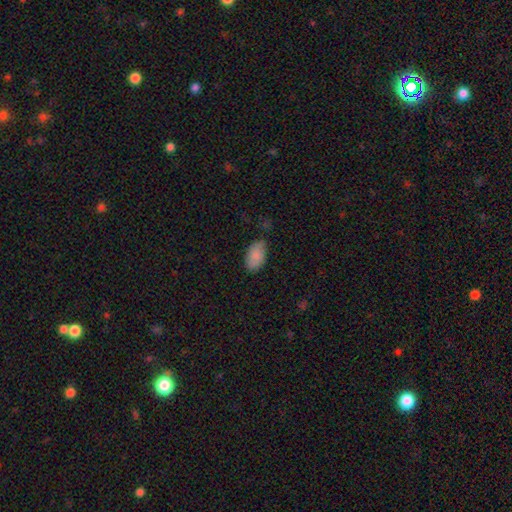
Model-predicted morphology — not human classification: Smooth or featured?
  - smooth: 87% *
  - star or artifact: 7%
  - featured or disk: 7%
How rounded?
  - in between: 94% *
  - round: 4%
  - cigar-shaped: 2%
Merging?
  - none: 74% *
  - minor disturbance: 19%
  - major disturbance: 4%
  - merger: 3%